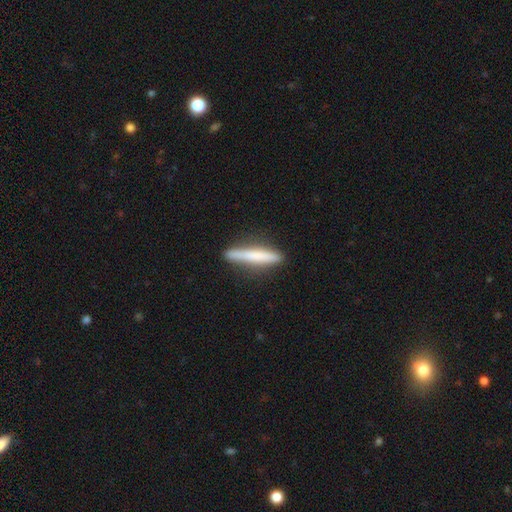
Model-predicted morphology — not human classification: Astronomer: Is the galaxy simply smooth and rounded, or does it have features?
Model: smooth — 61%.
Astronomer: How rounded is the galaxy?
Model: cigar-shaped — 94%.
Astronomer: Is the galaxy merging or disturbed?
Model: none — 87%.